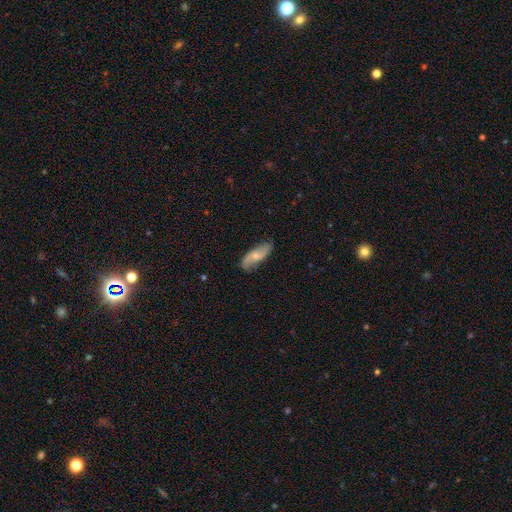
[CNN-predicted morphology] A featured or disk galaxy (54%). Merging: none (75%).